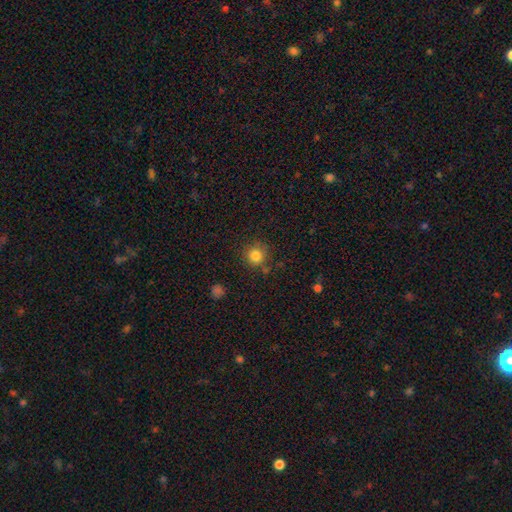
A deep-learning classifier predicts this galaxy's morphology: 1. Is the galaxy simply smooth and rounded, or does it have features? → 83% smooth, 12% star or artifact, 5% featured or disk.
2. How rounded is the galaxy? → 92% round, 7% in between, 1% cigar-shaped.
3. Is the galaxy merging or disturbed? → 79% none, 12% minor disturbance, 5% merger, 4% major disturbance.